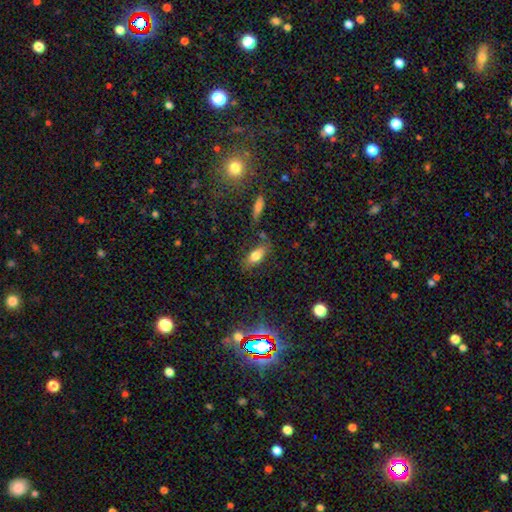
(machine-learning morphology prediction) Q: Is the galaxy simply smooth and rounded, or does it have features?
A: smooth — 75%.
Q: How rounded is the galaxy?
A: in between — 82%.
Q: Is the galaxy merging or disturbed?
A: none — 72%.